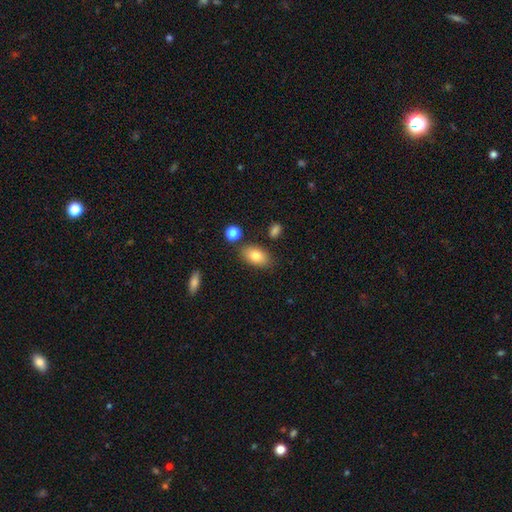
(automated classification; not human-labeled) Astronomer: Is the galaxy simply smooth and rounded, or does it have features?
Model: smooth — 81%.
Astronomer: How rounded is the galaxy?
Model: in between — 90%.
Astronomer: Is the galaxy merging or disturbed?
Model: none — 80%.